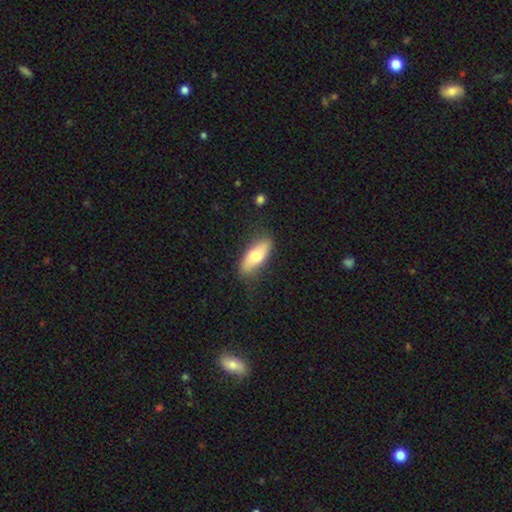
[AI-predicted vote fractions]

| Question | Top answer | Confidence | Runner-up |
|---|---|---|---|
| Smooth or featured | smooth | 67% | featured or disk (27%) |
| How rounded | in between | 71% | cigar-shaped (26%) |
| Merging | none | 82% | minor disturbance (14%) |